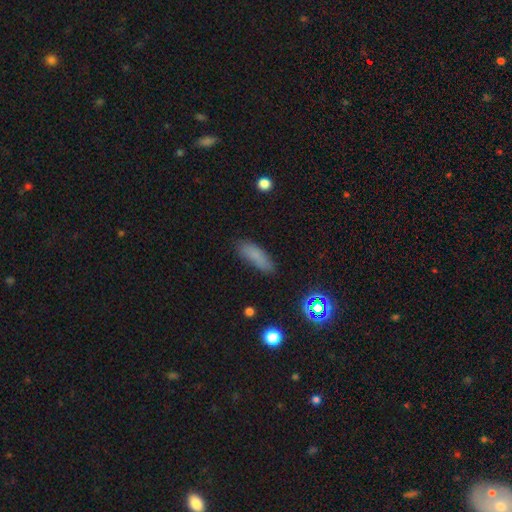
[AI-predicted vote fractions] This appears to be a smooth galaxy with no disk features (79%) that is in between round and cigar-shaped (50%). Merging: none (78%).